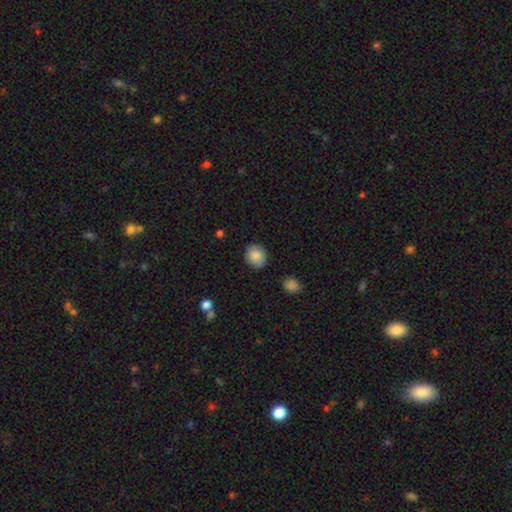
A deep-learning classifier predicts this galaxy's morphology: smooth_or_featured: smooth (p=0.85) [alt: featured or disk p=0.08]
how_rounded: round (p=0.75) [alt: in between p=0.24]
merging: none (p=0.86) [alt: minor disturbance p=0.10]